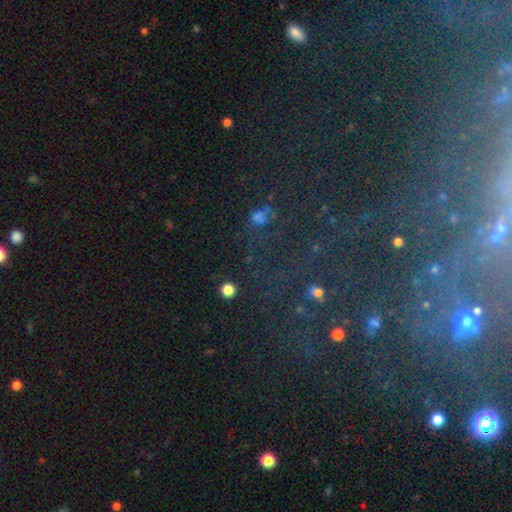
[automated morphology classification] The model was most divided on "smooth or featured": star or artifact: 64%, featured or disk: 18%, smooth: 18%.